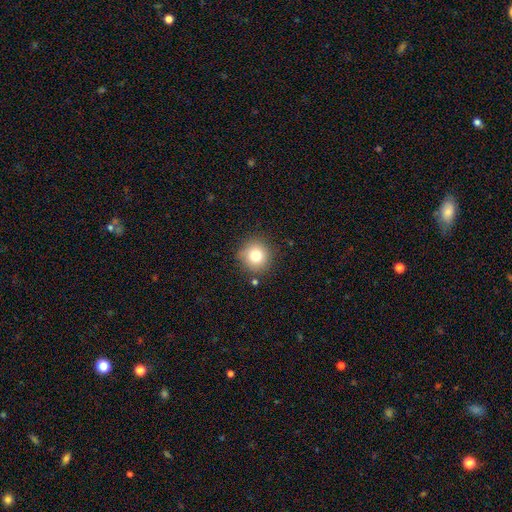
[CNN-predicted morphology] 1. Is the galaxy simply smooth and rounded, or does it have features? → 79% smooth, 12% star or artifact, 9% featured or disk.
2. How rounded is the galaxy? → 93% round, 6% in between, 1% cigar-shaped.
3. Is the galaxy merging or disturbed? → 85% none, 10% minor disturbance, 3% major disturbance, 3% merger.